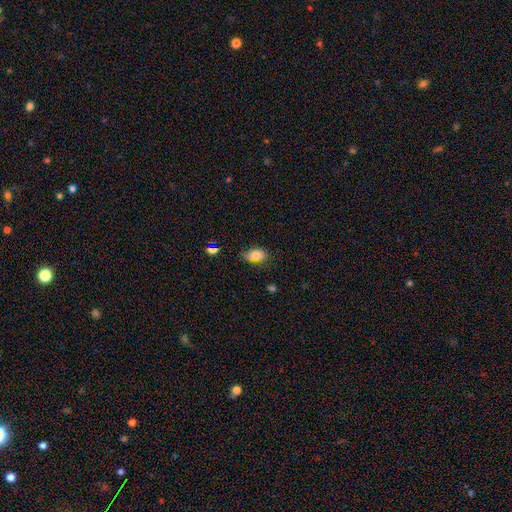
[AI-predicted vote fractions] The model was most divided on "merging": none: 63%, minor disturbance: 28%, major disturbance: 6%, merger: 3%. More confident: how rounded — in between (84%); smooth or featured — smooth (81%).